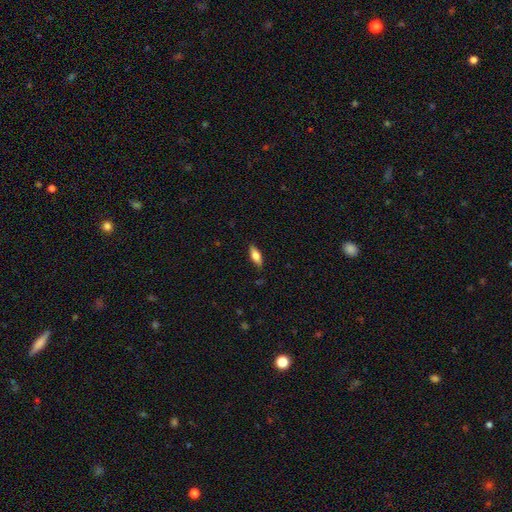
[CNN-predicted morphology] Smooth or featured?
  - smooth: 65% *
  - featured or disk: 28%
  - star or artifact: 7%
How rounded?
  - in between: 69% *
  - cigar-shaped: 28%
  - round: 3%
Merging?
  - none: 85% *
  - minor disturbance: 12%
  - major disturbance: 2%
  - merger: 1%